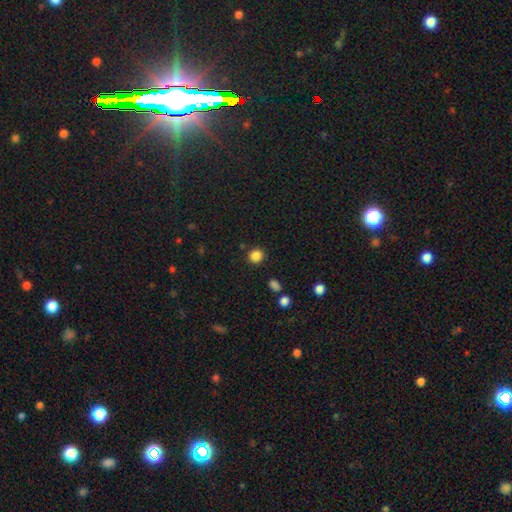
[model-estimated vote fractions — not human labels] This appears to be a smooth galaxy with no disk features (85%) that is round (90%). Merging: none (87%).